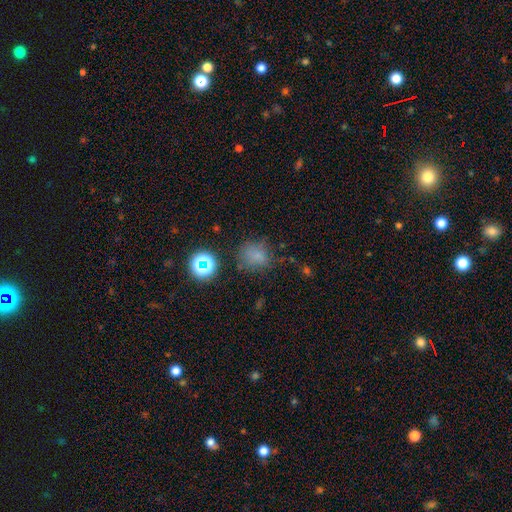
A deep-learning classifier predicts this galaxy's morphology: Overall: smooth (68%). How rounded: round (80%). Merging: none (68%).